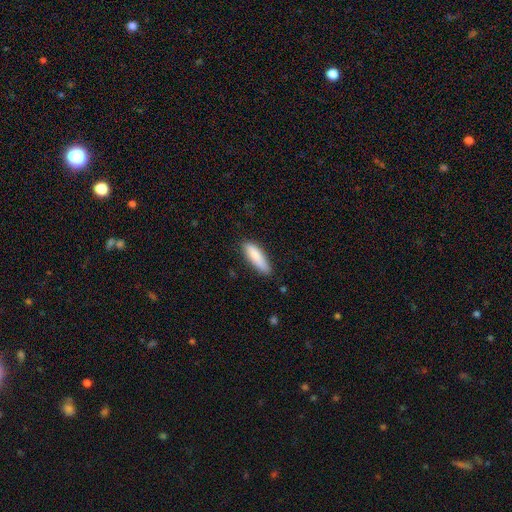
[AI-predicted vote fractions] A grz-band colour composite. It shows a smooth galaxy with no disk features (84%) that is cigar-shaped (52%). Merging: none (77%).